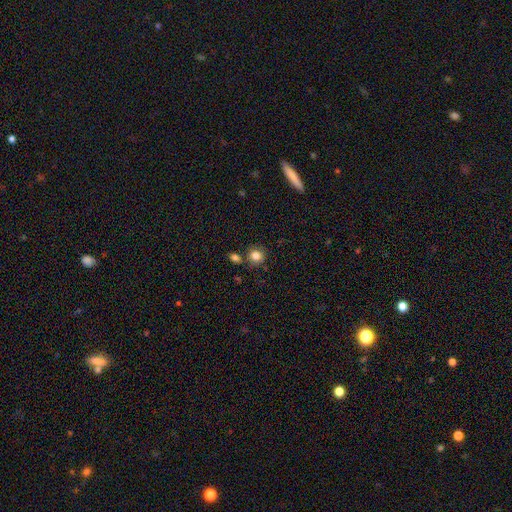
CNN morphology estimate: type=smooth (83%); roundness=round (83%); merging=none (75%).